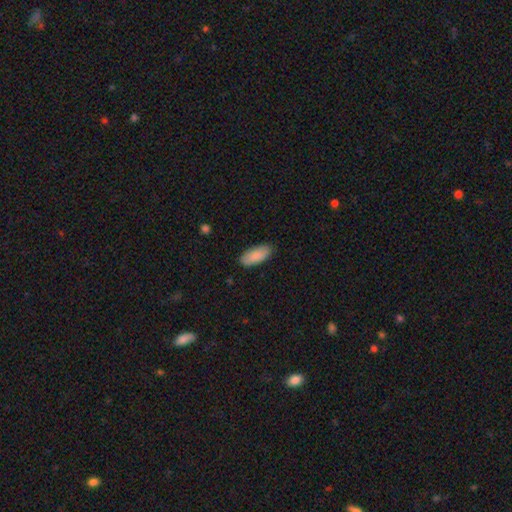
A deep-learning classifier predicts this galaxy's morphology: Smooth or featured? smooth (89%)
How rounded? in between (87%)
Merging? none (87%)